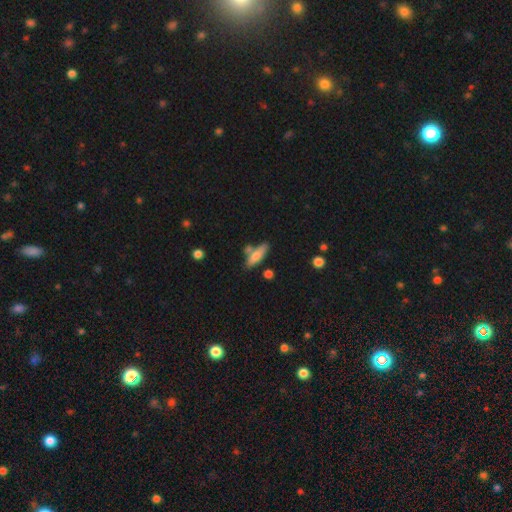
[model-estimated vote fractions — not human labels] A smooth galaxy with no disk features (75%) that is cigar-shaped (55%). Merging: none (62%).